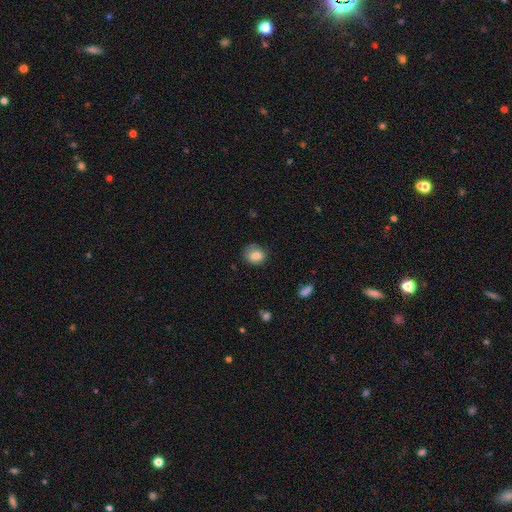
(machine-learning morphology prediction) Smooth or featured?
  - smooth: 81% *
  - featured or disk: 10%
  - star or artifact: 9%
How rounded?
  - round: 61% *
  - in between: 38%
  - cigar-shaped: 1%
Merging?
  - none: 69% *
  - minor disturbance: 23%
  - major disturbance: 7%
  - merger: 2%